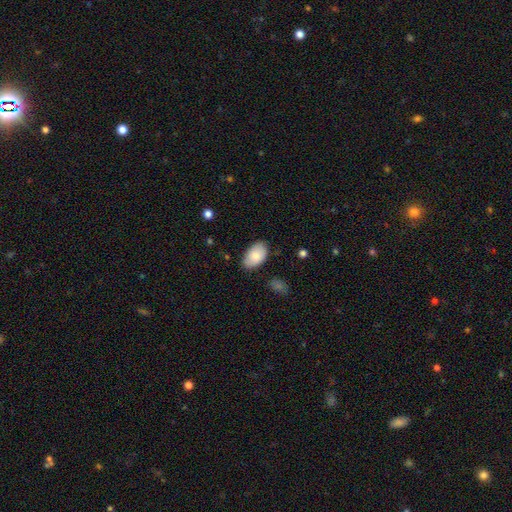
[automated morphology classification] Smooth or featured? Predicted: smooth (p=0.83). How rounded? Predicted: in between (p=0.93). Merging? Predicted: none (p=0.77).